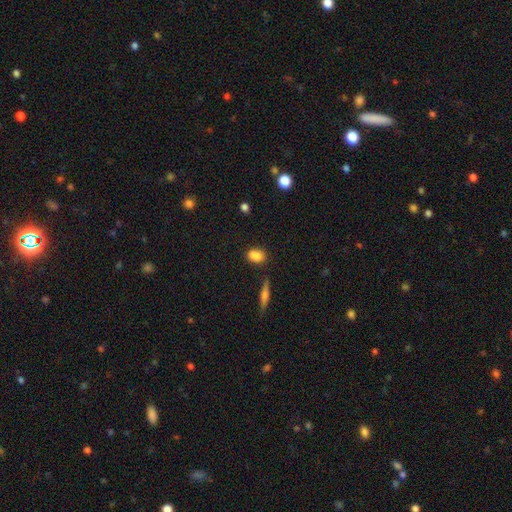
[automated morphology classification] A smooth galaxy with no disk features (83%) that is in between round and cigar-shaped (73%).

Vote fractions:
- Smooth or featured? smooth: 83% / star or artifact: 10% / featured or disk: 7%
- How rounded? in between: 73% / round: 23% / cigar-shaped: 4%
- Merging? none: 73% / minor disturbance: 16% / merger: 7% / major disturbance: 4%